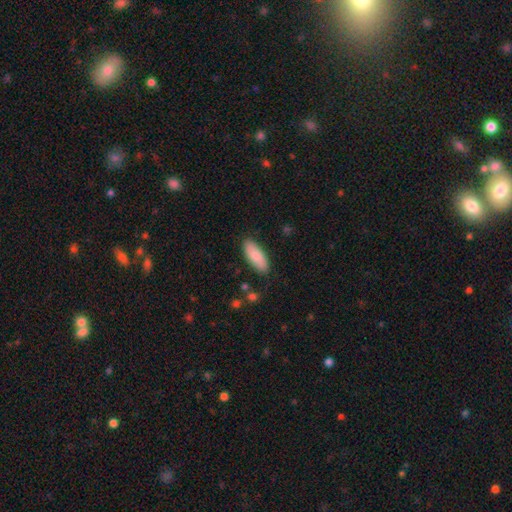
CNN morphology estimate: The model was most divided on "how rounded": in between: 78%, cigar-shaped: 20%, round: 2%. More confident: merging — none (85%); smooth or featured — smooth (83%).